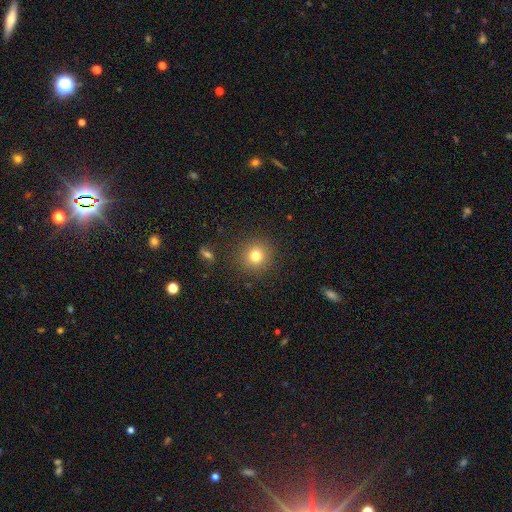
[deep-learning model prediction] Smooth or featured?
  - smooth: 78% *
  - star or artifact: 14%
  - featured or disk: 8%
How rounded?
  - round: 93% *
  - in between: 6%
  - cigar-shaped: 1%
Merging?
  - none: 89% *
  - minor disturbance: 7%
  - major disturbance: 3%
  - merger: 2%